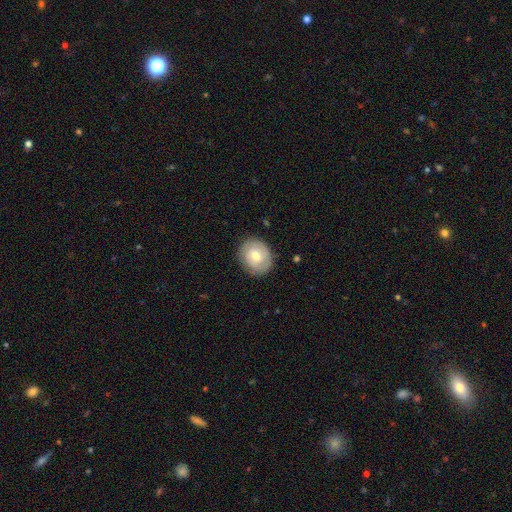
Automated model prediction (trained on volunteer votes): A smooth galaxy with no disk features (50%). Merging: none (82%).